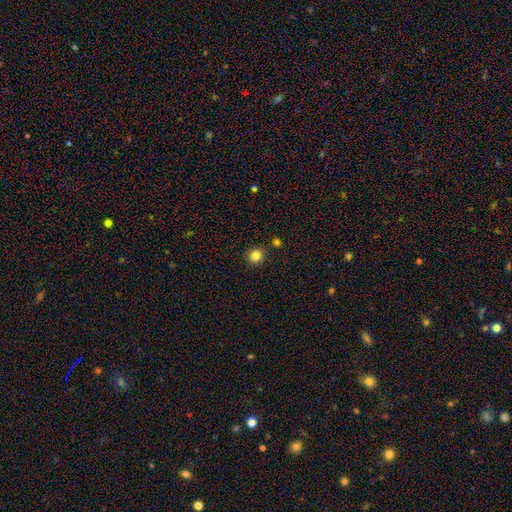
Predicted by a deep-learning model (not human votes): This appears to be a smooth galaxy with no disk features (84%) that is round (93%). Merging: none (89%).